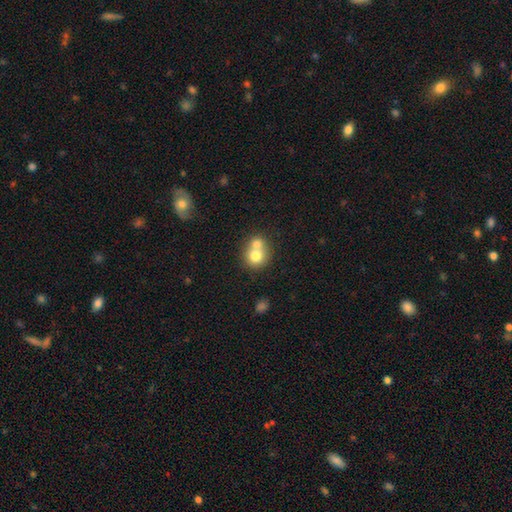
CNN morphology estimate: Smooth or featured: smooth — 72% (featured or disk — 18%)
How rounded: round — 80% (in between — 19%)
Merging: merger — 61% (none — 32%)